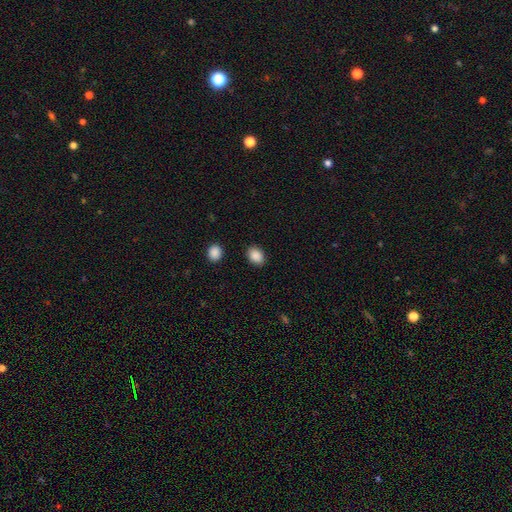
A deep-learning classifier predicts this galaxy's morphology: A smooth galaxy with no disk features (89%) that is in between round and cigar-shaped (62%).

Vote fractions:
- Smooth or featured? smooth: 89% / star or artifact: 8% / featured or disk: 3%
- How rounded? in between: 62% / round: 37% / cigar-shaped: 1%
- Merging? none: 87% / minor disturbance: 8% / major disturbance: 3% / merger: 2%